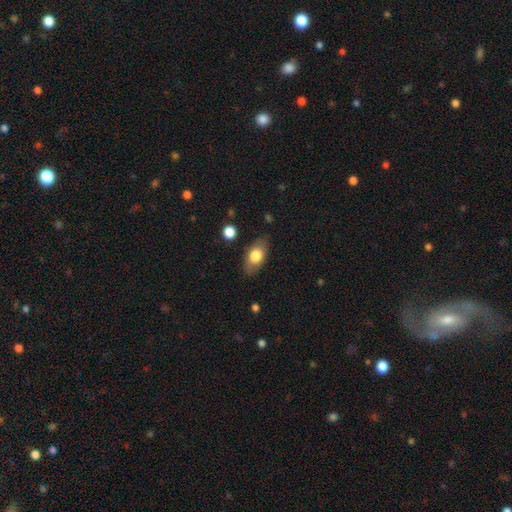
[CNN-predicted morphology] Overall: smooth (73%). How rounded: in between (87%). Merging: none (81%).